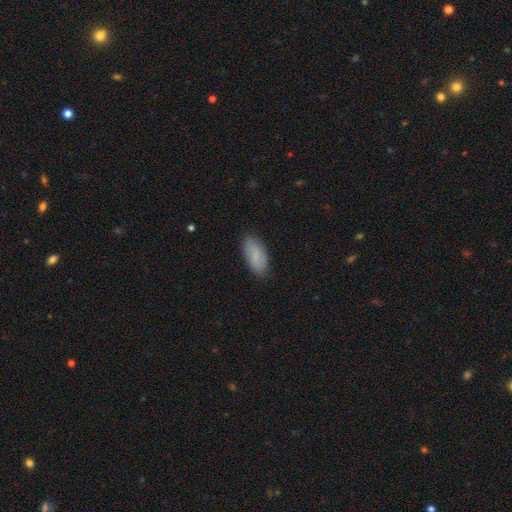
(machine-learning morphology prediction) A smooth galaxy with no disk features (80%) that is in between round and cigar-shaped (91%). Merging: none (84%).